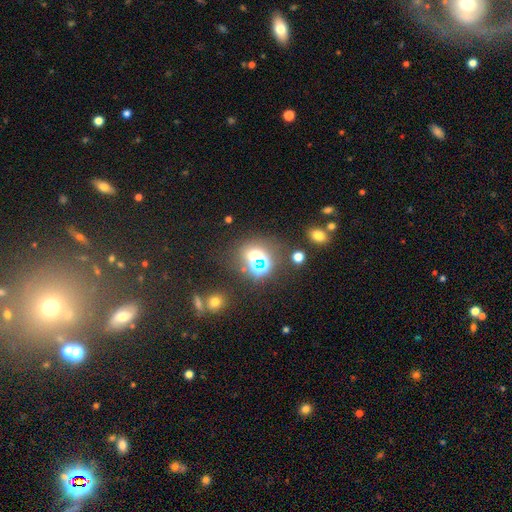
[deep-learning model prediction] A star or artifact, not a galaxy (53%).